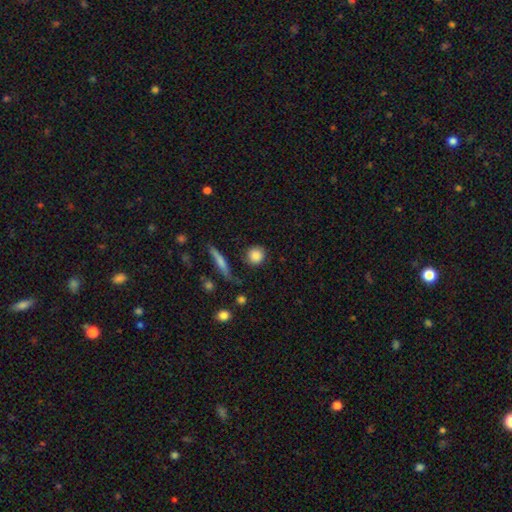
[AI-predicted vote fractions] Overall: smooth (84%). How rounded: round (88%). Merging: none (80%).